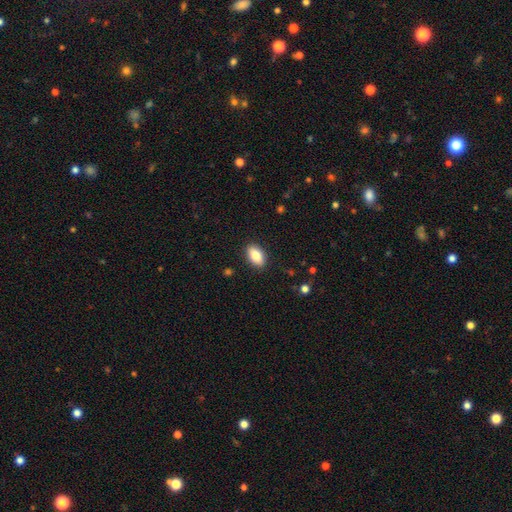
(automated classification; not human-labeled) Smooth or featured?
  - smooth: 81% *
  - featured or disk: 11%
  - star or artifact: 7%
How rounded?
  - in between: 89% *
  - round: 7%
  - cigar-shaped: 4%
Merging?
  - none: 89% *
  - minor disturbance: 8%
  - major disturbance: 2%
  - merger: 1%